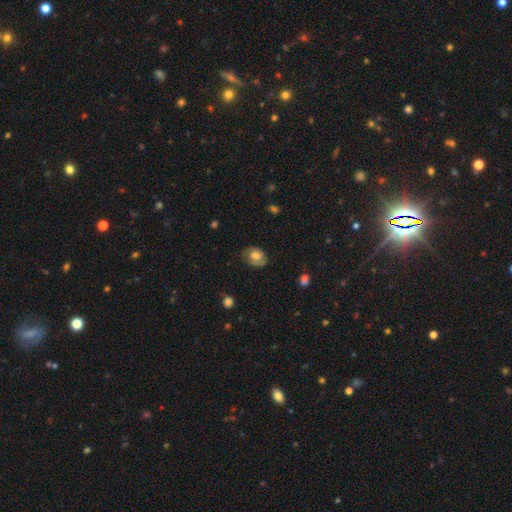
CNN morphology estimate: This appears to be a smooth galaxy with no disk features (64%) that is in between round and cigar-shaped (62%). Merging: none (68%).